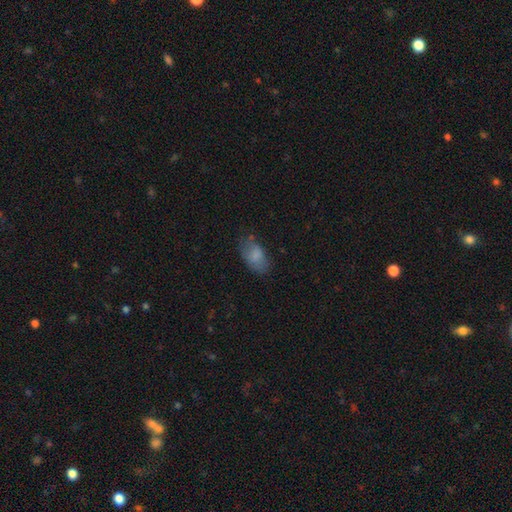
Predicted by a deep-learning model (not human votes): Overall: smooth (77%). How rounded: in between (93%). Merging: none (60%; minor disturbance 27%).